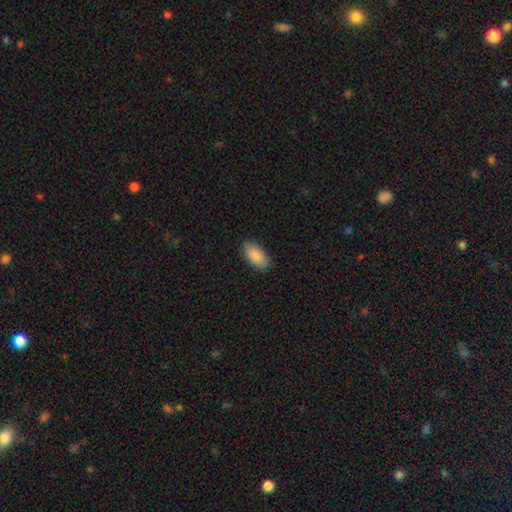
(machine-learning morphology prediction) A smooth galaxy with no disk features (89%) that is in between round and cigar-shaped (93%).

Vote fractions:
- Smooth or featured? smooth: 89% / star or artifact: 6% / featured or disk: 5%
- How rounded? in between: 93% / cigar-shaped: 5% / round: 2%
- Merging? none: 87% / minor disturbance: 10% / major disturbance: 2% / merger: 1%